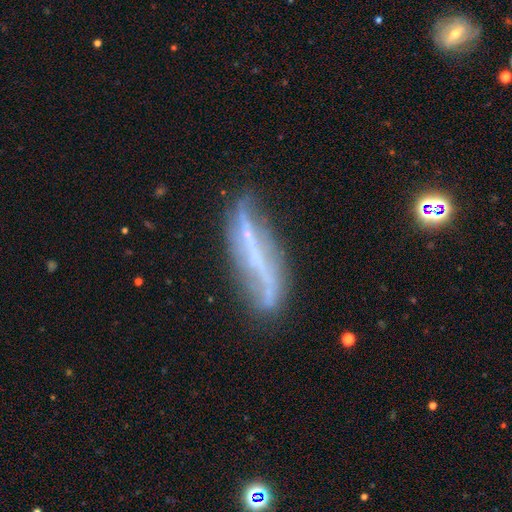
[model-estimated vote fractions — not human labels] featured or disk 65%, smooth 25%, star or artifact 10%. Down the decision tree: edge-on disk — no (50%, tied with yes); merging — none (51%).